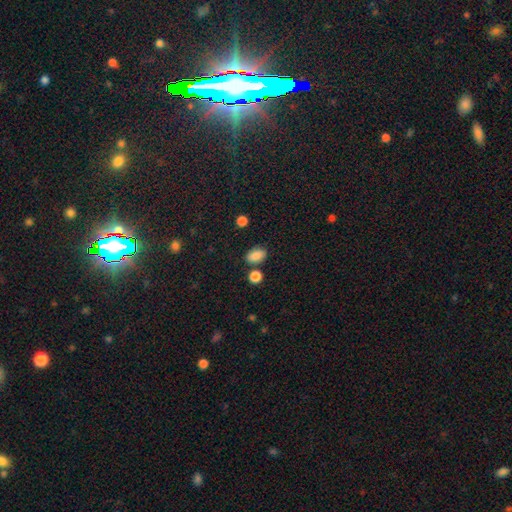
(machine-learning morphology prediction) The model was most divided on "merging": none: 76%, minor disturbance: 12%, merger: 8%, major disturbance: 3%. More confident: smooth or featured — smooth (86%); how rounded — in between (84%).